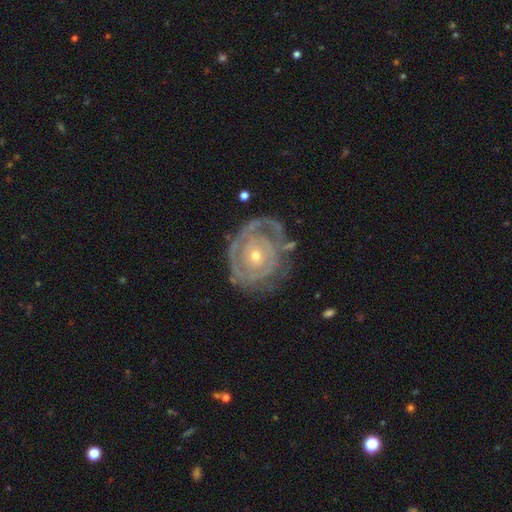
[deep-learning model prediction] Smooth or featured?
  - featured or disk: 84% *
  - smooth: 11%
  - star or artifact: 6%
Edge-on disk?
  - no: 97% *
  - yes: 3%
Bar?
  - no: 81% *
  - weak: 14%
  - strong: 5%
Spiral arms?
  - yes: 85% *
  - no: 15%
Spiral winding?
  - tight: 79% *
  - medium: 16%
  - loose: 5%
Spiral arm count?
  - can't tell: 38% *
  - 2: 26%
  - 3: 14%
  - 1: 11%
  - 4: 6%
  - more than 4: 5%
Bulge size?
  - small: 65% *
  - moderate: 32%
  - large: 1%
  - none: 1%
  - dominant: 1%
Merging?
  - none: 63% *
  - minor disturbance: 21%
  - major disturbance: 13%
  - merger: 3%